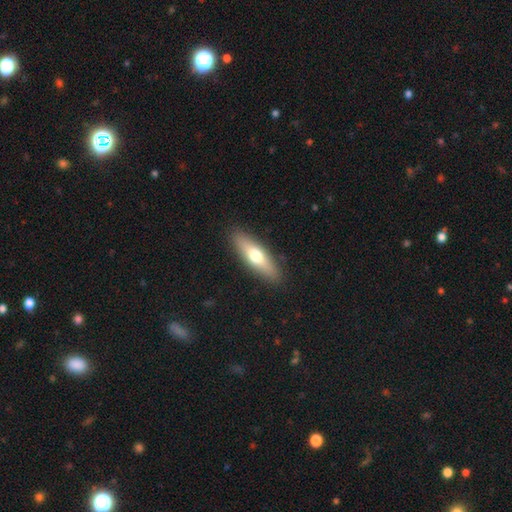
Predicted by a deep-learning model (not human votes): A smooth galaxy with no disk features (60%) that is cigar-shaped (60%). Merging: none (88%).